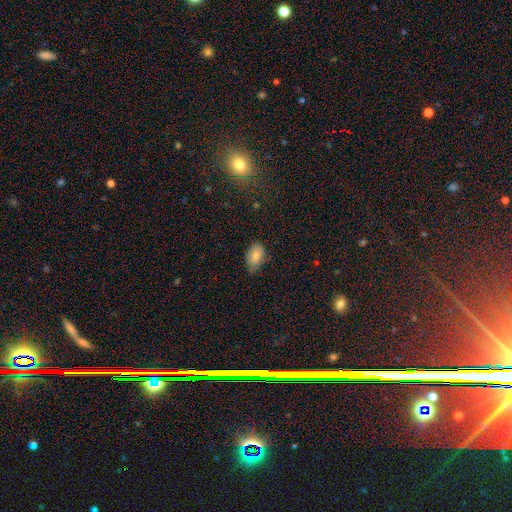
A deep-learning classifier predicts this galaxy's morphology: smooth-or-featured: smooth: 79% | featured or disk: 12% | star or artifact: 8%
  how-rounded: in between: 91% | round: 8% | cigar-shaped: 2%
  merging: none: 59% | minor disturbance: 34% | major disturbance: 5% | merger: 2%